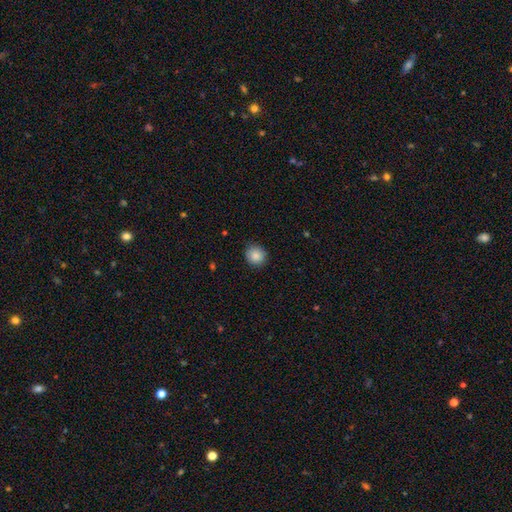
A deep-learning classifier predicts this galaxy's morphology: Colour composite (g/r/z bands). It shows a smooth galaxy with no disk features (88%) that is round (86%). Merging: none (87%).